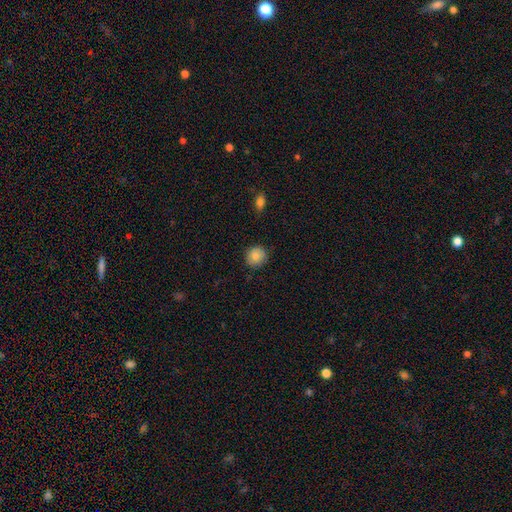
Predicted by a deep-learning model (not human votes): The model was most divided on "smooth or featured": smooth: 82%, featured or disk: 9%, star or artifact: 9%. More confident: how rounded — round (88%); merging — none (86%).